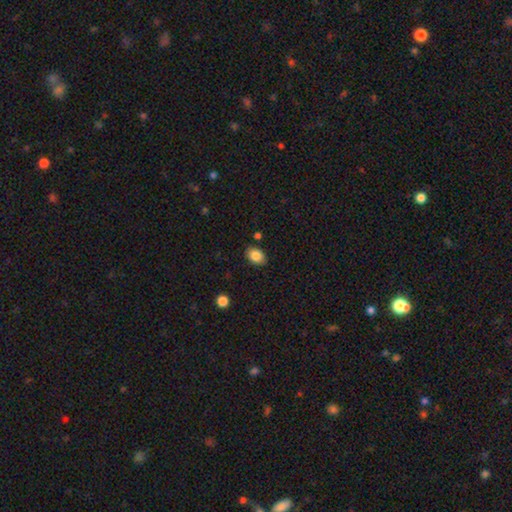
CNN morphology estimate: Smooth or featured: smooth — 85% (star or artifact — 8%)
How rounded: in between — 78% (round — 21%)
Merging: none — 85% (minor disturbance — 11%)